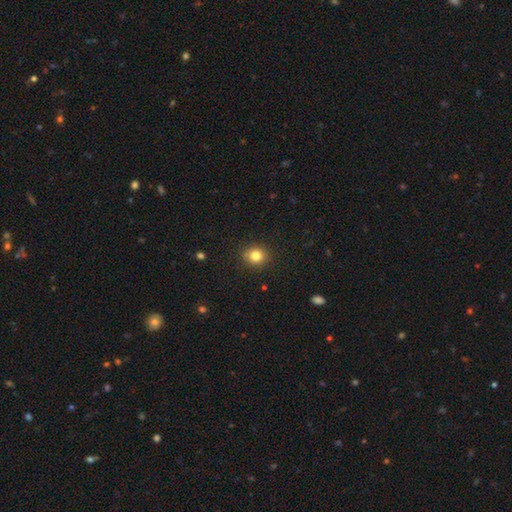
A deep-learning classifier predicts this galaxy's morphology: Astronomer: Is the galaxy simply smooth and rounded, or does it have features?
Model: smooth — 83%.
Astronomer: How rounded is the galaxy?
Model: round — 79%.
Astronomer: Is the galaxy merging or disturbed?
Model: none — 89%.